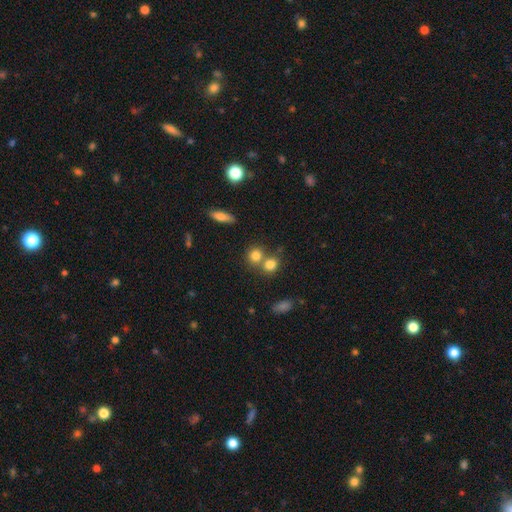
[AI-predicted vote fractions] The model was most divided on "merging": none: 50%, merger: 39%, minor disturbance: 8%, major disturbance: 3%. More confident: how rounded — round (82%); smooth or featured — smooth (79%).